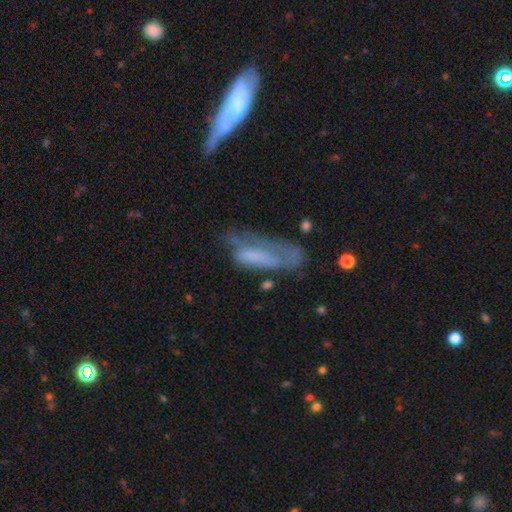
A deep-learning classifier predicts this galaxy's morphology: Smooth or featured?
  - smooth: 49% *
  - featured or disk: 40%
  - star or artifact: 11%
Merging?
  - major disturbance: 39% *
  - none: 27%
  - minor disturbance: 26%
  - merger: 8%